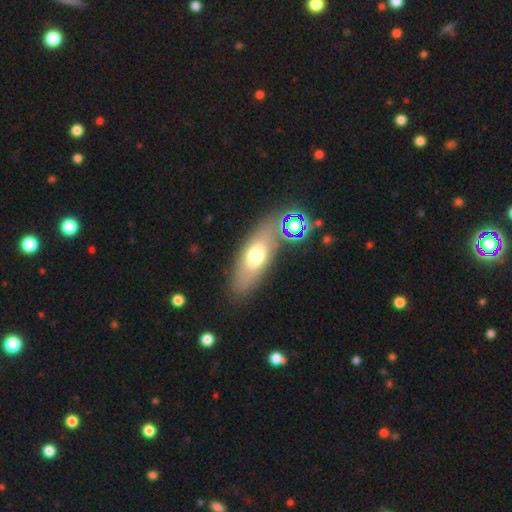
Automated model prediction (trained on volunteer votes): smooth 64%, featured or disk 26%, star or artifact 10%. Down the decision tree: how rounded — in between (72%); merging — none (76%).